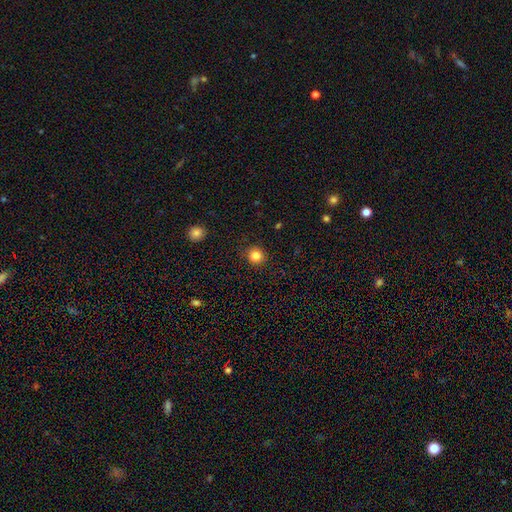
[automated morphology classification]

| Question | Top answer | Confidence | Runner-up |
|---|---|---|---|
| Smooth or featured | smooth | 84% | star or artifact (11%) |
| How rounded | round | 91% | in between (8%) |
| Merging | none | 91% | minor disturbance (6%) |